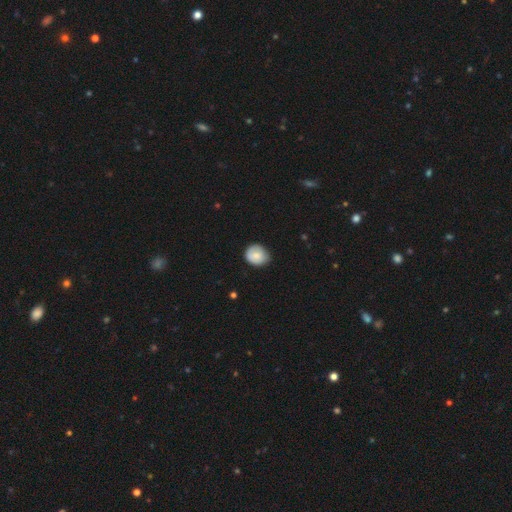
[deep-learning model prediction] Morphology: type=smooth (79%); roundness=round (71%); merging=none (73%).